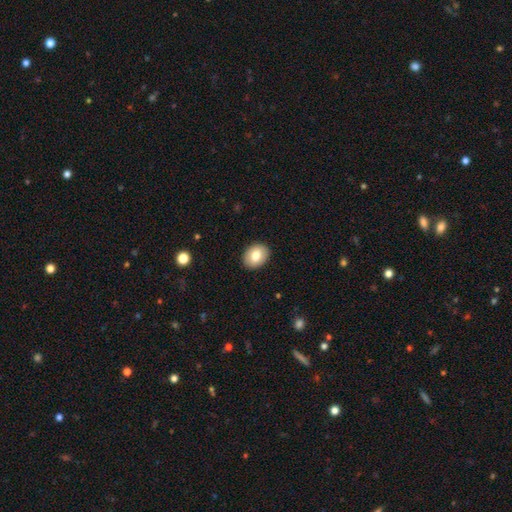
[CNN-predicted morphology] The model was most divided on "how rounded": in between: 66%, round: 33%, cigar-shaped: 1%. More confident: merging — none (90%); smooth or featured — smooth (80%).